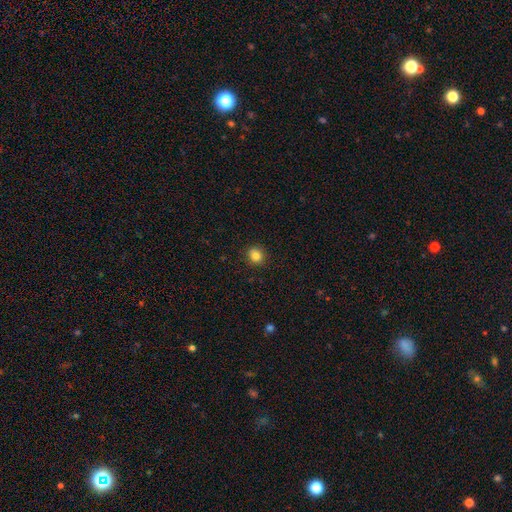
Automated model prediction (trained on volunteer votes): smooth 83%, star or artifact 11%, featured or disk 6%. Down the decision tree: how rounded — round (85%); merging — none (88%).